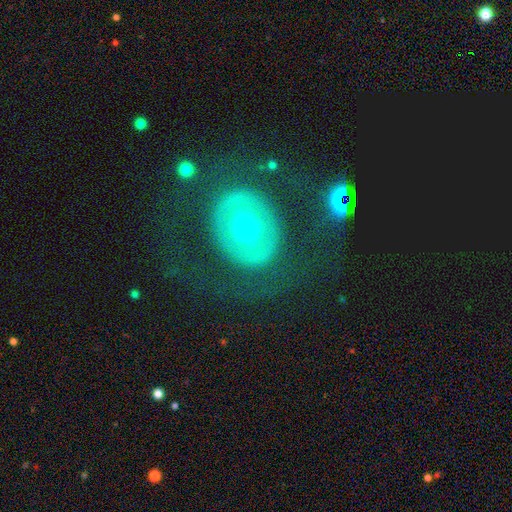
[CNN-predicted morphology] A featured or disk galaxy (53%) with no bar (69%), no spiral arms (63%) and a moderate central bulge (68%). Merging: none (70%).